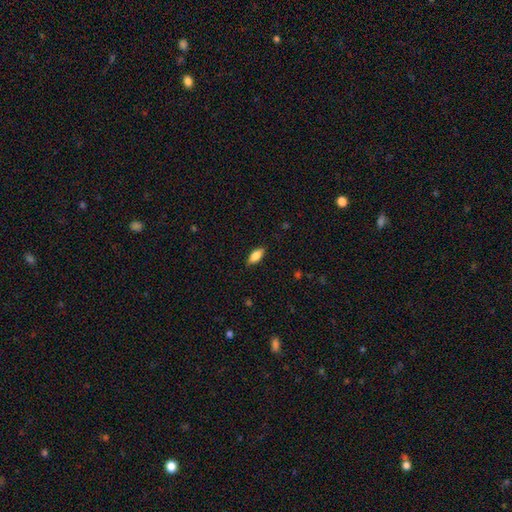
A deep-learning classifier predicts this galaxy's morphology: smooth-or-featured: smooth: 80% | featured or disk: 13% | star or artifact: 7%
  how-rounded: in between: 81% | cigar-shaped: 16% | round: 2%
  merging: none: 86% | minor disturbance: 11% | major disturbance: 2% | merger: 1%